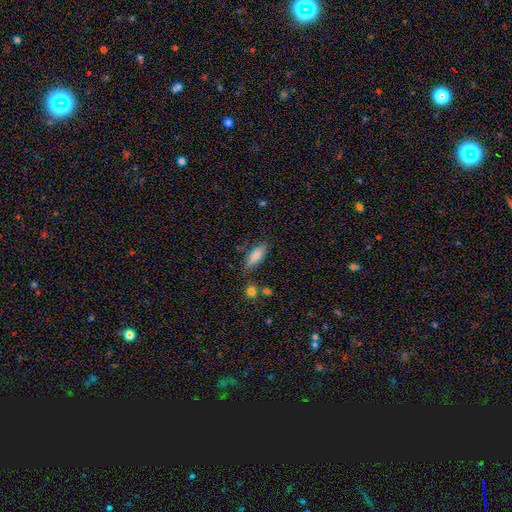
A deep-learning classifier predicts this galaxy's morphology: A smooth galaxy with no disk features (84%) that is in between round and cigar-shaped (75%). Merging: none (76%).